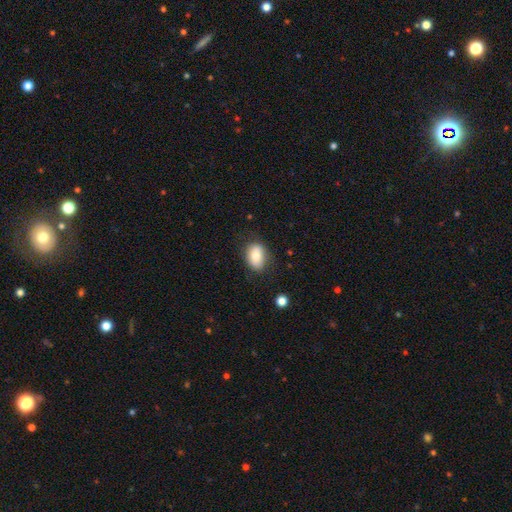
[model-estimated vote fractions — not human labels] Smooth or featured? Predicted: smooth (p=0.77). How rounded? Predicted: in between (p=0.76). Merging? Predicted: none (p=0.78).